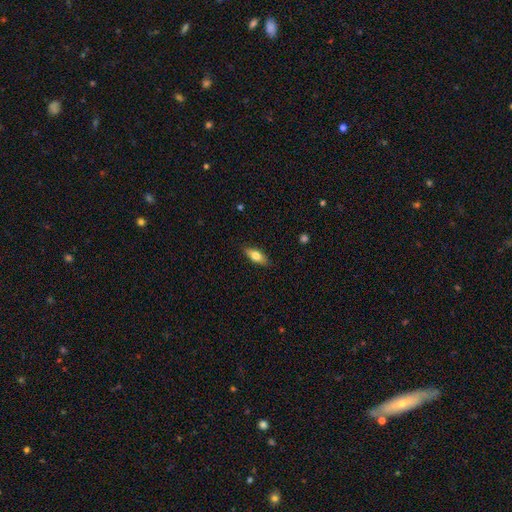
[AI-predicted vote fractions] This appears to be a smooth galaxy with no disk features (73%) that is in between round and cigar-shaped (76%). Merging: none (86%).